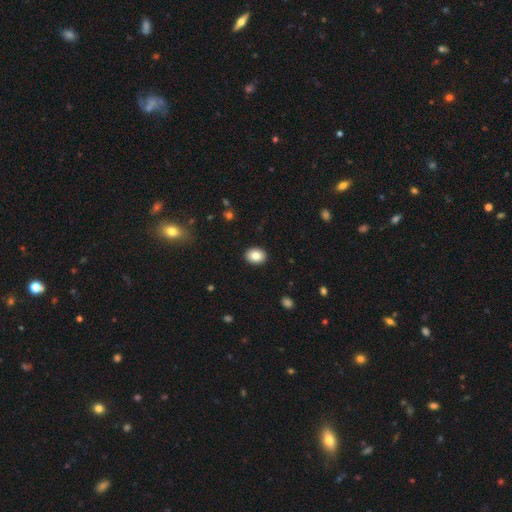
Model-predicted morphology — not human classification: This appears to be a smooth galaxy with no disk features (85%) that is in between round and cigar-shaped (60%). Merging: none (91%).